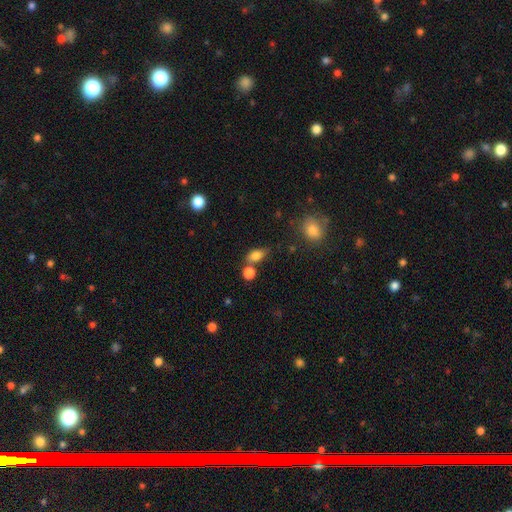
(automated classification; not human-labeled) smooth 81%, star or artifact 11%, featured or disk 9%. Down the decision tree: how rounded — in between (78%); merging — none (58%).